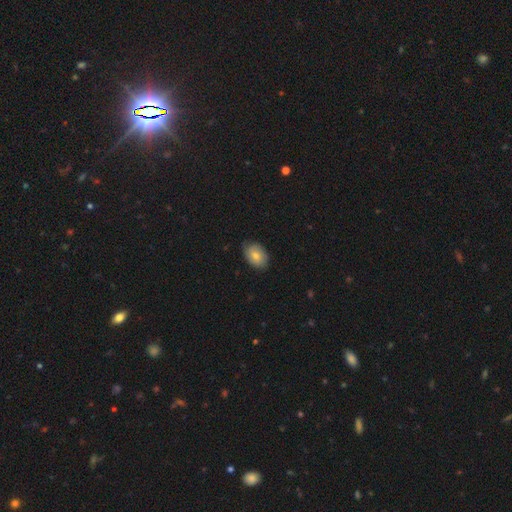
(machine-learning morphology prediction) Q: Smooth or featured?
A: smooth (67%); runner-up: featured or disk (25%)
Q: How rounded?
A: in between (81%); runner-up: round (17%)
Q: Merging?
A: none (76%); runner-up: minor disturbance (20%)